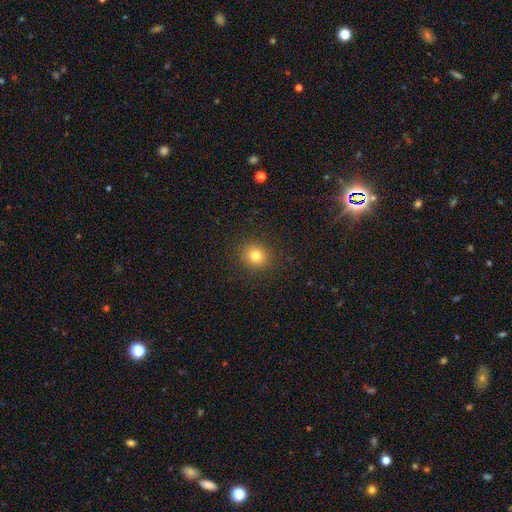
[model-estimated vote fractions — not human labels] smooth_or_featured: smooth (p=0.79) [alt: star or artifact p=0.13]
how_rounded: round (p=0.79) [alt: in between p=0.20]
merging: none (p=0.90) [alt: minor disturbance p=0.07]